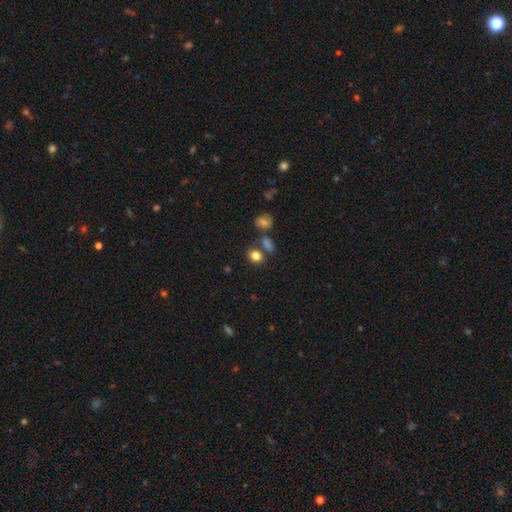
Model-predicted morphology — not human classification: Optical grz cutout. It shows a smooth galaxy with no disk features (82%) that is round (56%). Merging: none (67%).